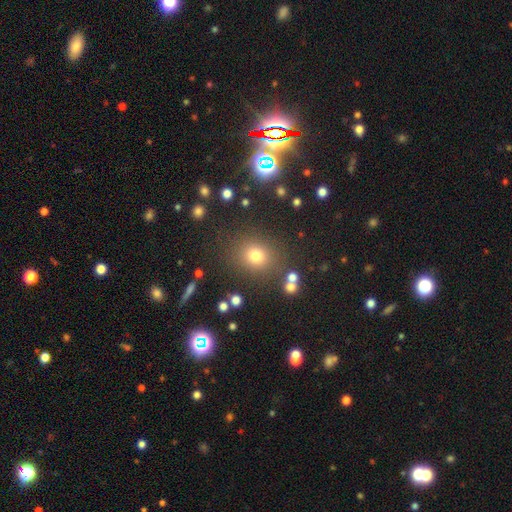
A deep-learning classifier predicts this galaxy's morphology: Smooth or featured? smooth (75%)
How rounded? round (74%)
Merging? none (81%)